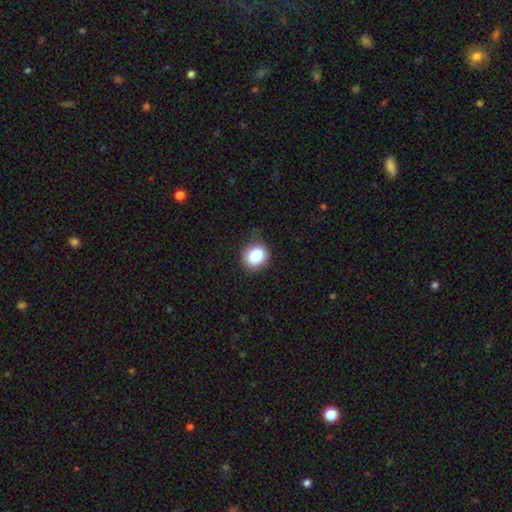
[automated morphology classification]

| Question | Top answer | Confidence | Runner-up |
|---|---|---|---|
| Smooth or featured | smooth | 86% | star or artifact (9%) |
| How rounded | round | 71% | in between (28%) |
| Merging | none | 75% | minor disturbance (19%) |